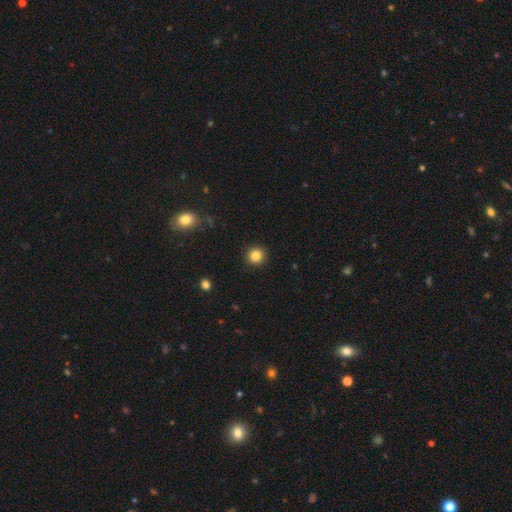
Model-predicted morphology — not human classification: Smooth or featured? Predicted: smooth (p=0.84). How rounded? Predicted: round (p=0.94). Merging? Predicted: none (p=0.92).